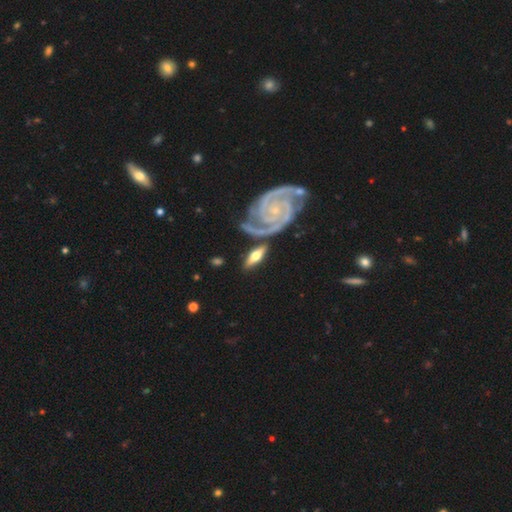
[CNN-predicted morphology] This appears to be a featured or disk galaxy (64%). Merging: none (68%).